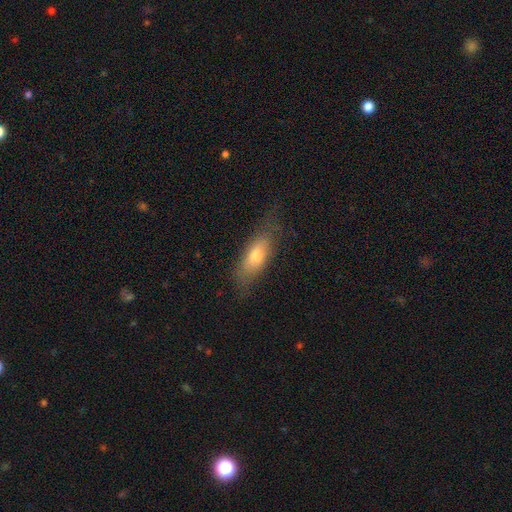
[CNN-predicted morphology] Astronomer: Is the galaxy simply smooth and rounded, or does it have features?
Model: smooth — 69%.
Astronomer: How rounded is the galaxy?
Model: in between — 70%.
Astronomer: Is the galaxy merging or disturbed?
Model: none — 66%.